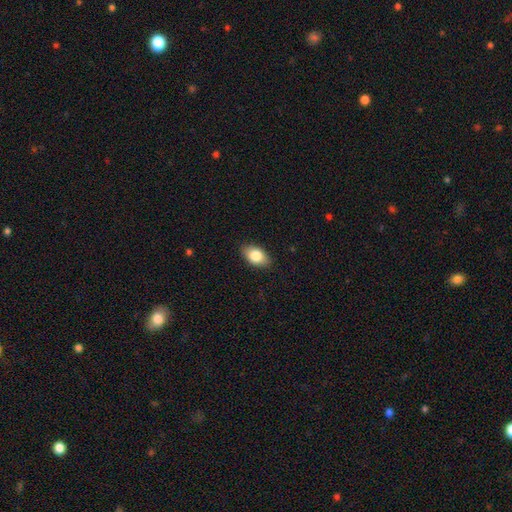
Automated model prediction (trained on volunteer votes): Smooth or featured: smooth — 83% (featured or disk — 10%)
How rounded: in between — 89% (round — 9%)
Merging: none — 86% (minor disturbance — 11%)